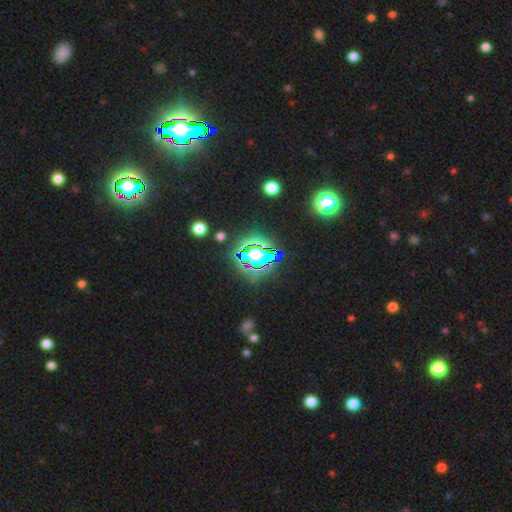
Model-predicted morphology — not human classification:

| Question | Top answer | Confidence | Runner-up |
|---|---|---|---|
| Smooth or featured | star or artifact | 66% | smooth (21%) |